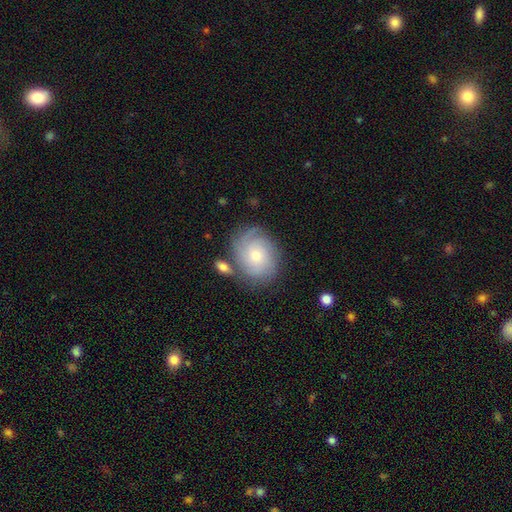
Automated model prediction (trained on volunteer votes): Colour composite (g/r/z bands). It shows a featured or disk galaxy (57%) with no bar (79%), spiral arms (88%) and a small central bulge (49%). Merging: none (71%).